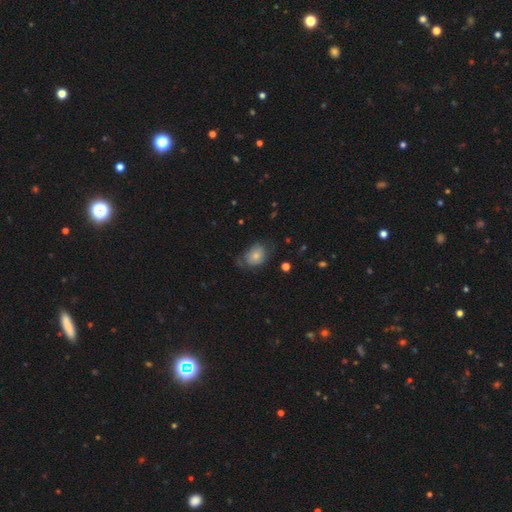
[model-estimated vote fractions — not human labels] A smooth galaxy with no disk features (66%) that is in between round and cigar-shaped (64%). Merging: none (50%).